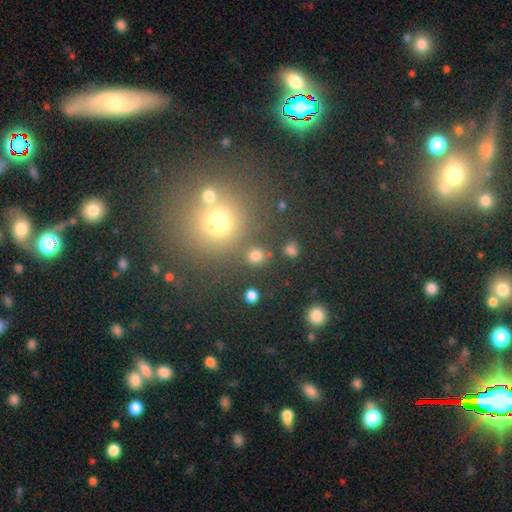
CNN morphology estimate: smooth_or_featured: smooth (p=0.75) [alt: star or artifact p=0.19]
how_rounded: round (p=0.80) [alt: in between p=0.18]
merging: none (p=0.79) [alt: merger p=0.09]